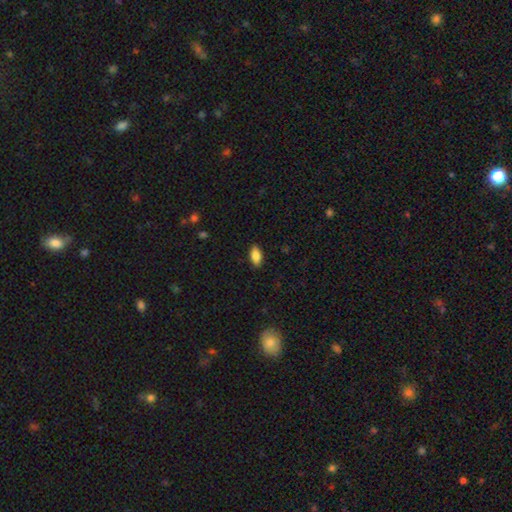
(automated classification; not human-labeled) smooth 86%, featured or disk 7%, star or artifact 7%. Down the decision tree: how rounded — in between (89%); merging — none (88%).